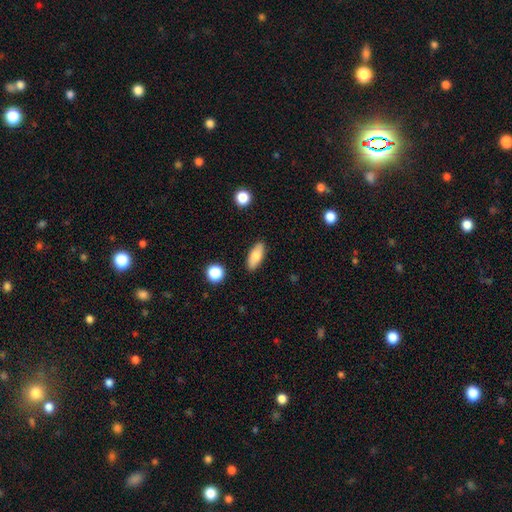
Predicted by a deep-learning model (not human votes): Overall: smooth (76%). How rounded: in between (81%). Merging: none (87%).